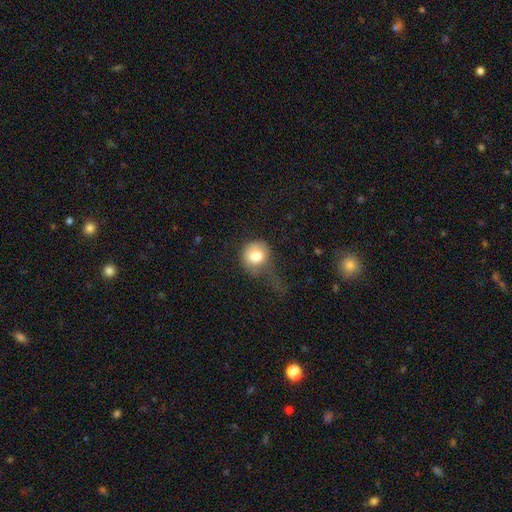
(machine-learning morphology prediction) smooth_or_featured: smooth (p=0.79) [alt: featured or disk p=0.13]
how_rounded: round (p=0.83) [alt: in between p=0.16]
merging: major disturbance (p=0.36) [alt: none p=0.33]